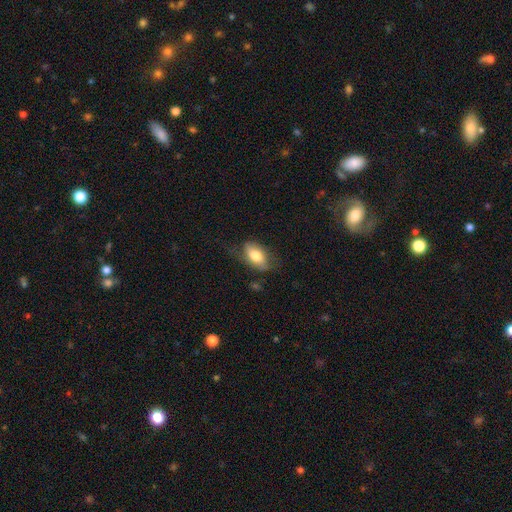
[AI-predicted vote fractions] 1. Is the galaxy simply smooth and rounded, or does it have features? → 68% smooth, 26% featured or disk, 6% star or artifact.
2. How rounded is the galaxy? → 90% in between, 6% round, 5% cigar-shaped.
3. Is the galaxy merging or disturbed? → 59% none, 26% minor disturbance, 13% major disturbance, 2% merger.